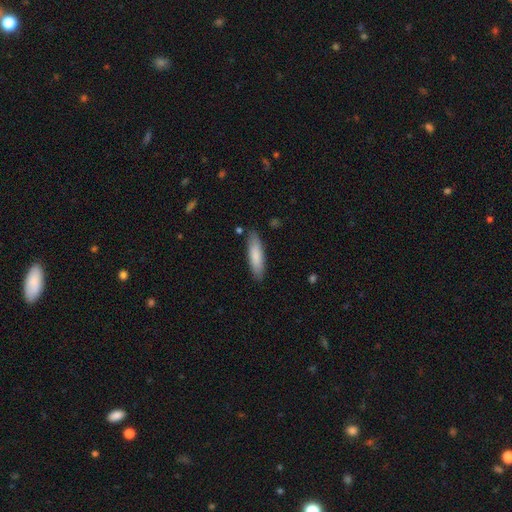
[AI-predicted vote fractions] smooth 83%, featured or disk 12%, star or artifact 5%. Down the decision tree: how rounded — cigar-shaped (63%); merging — none (86%).